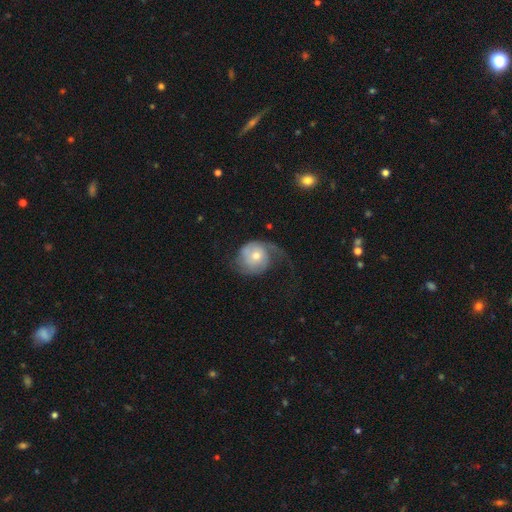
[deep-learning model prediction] Q: Smooth or featured?
A: featured or disk (61%); runner-up: smooth (33%)
Q: Edge-on disk?
A: no (97%); runner-up: yes (3%)
Q: Bar?
A: no (77%); runner-up: weak (19%)
Q: Spiral arms?
A: yes (85%); runner-up: no (15%)
Q: Bulge size?
A: moderate (51%); runner-up: small (43%)
Q: Merging?
A: major disturbance (38%); runner-up: none (37%)